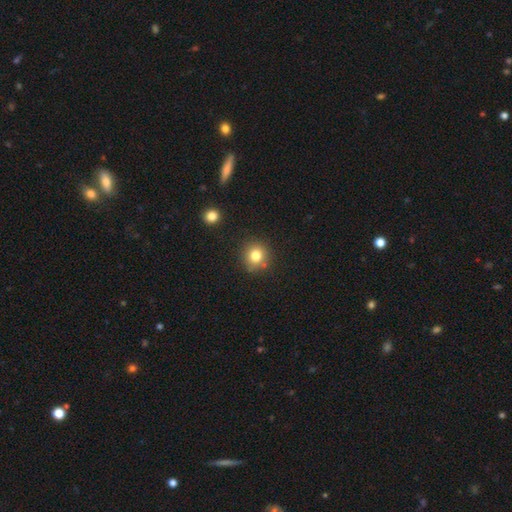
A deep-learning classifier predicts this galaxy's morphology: Smooth or featured?
  - smooth: 80% *
  - star or artifact: 12%
  - featured or disk: 8%
How rounded?
  - round: 89% *
  - in between: 10%
  - cigar-shaped: 1%
Merging?
  - none: 82% *
  - minor disturbance: 10%
  - merger: 5%
  - major disturbance: 3%